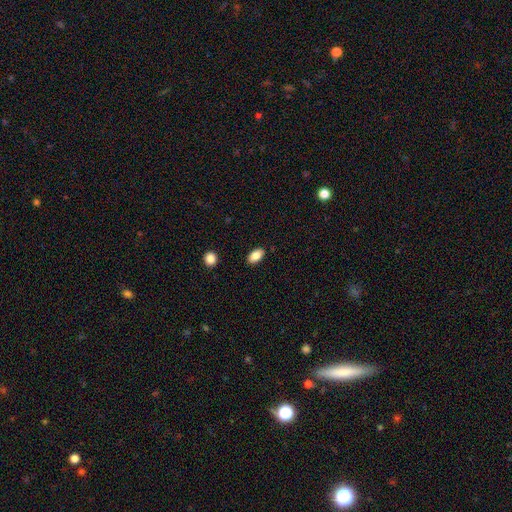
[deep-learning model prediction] smooth_or_featured: smooth (p=0.85) [alt: star or artifact p=0.08]
how_rounded: in between (p=0.92) [alt: round p=0.05]
merging: none (p=0.88) [alt: minor disturbance p=0.08]